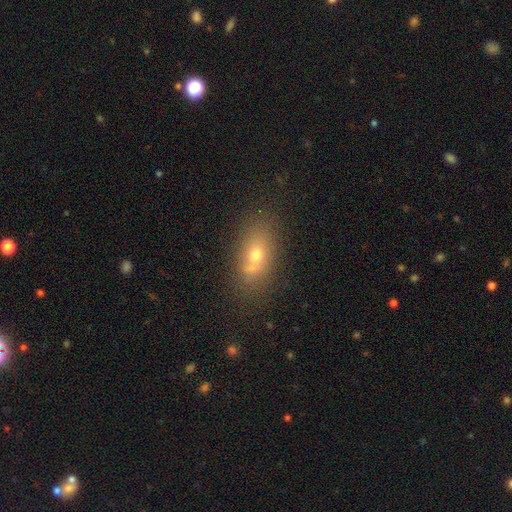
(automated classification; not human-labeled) Morphology: type=smooth (64%); roundness=in between (77%); merging=none (54%).